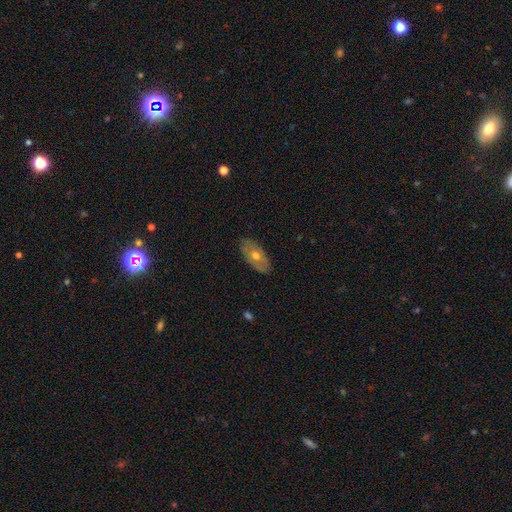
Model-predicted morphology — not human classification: Smooth or featured: smooth — 48% (featured or disk — 46%)
Merging: none — 83% (minor disturbance — 13%)